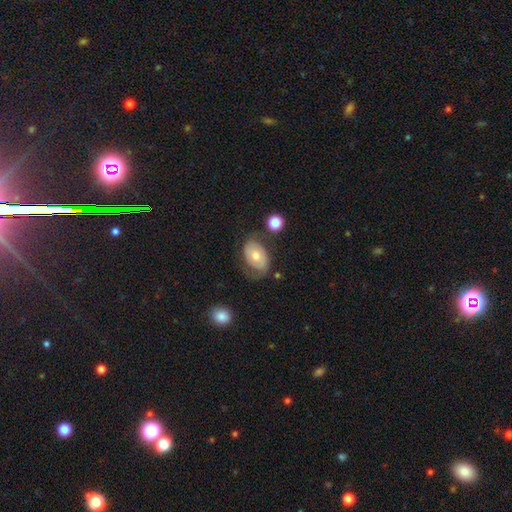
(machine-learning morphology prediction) Overall: featured or disk (52%; smooth 39%). Edge-on disk: no (95%). Merging: none (59%; minor disturbance 24%).